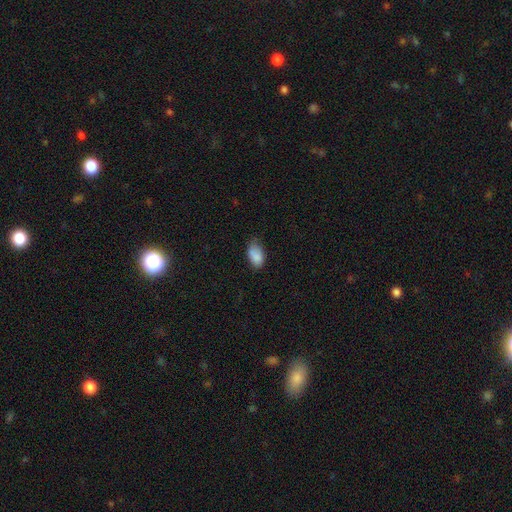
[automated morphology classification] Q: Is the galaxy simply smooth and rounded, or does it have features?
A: smooth — 86%.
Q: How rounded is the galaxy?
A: in between — 92%.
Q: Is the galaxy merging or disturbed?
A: none — 57%.